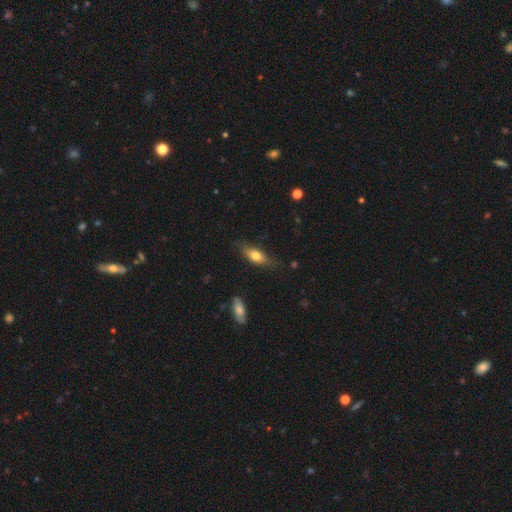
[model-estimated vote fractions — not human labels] A smooth galaxy with no disk features (66%) that is in between round and cigar-shaped (60%).

Vote fractions:
- Smooth or featured? smooth: 66% / featured or disk: 27% / star or artifact: 7%
- How rounded? in between: 60% / cigar-shaped: 37% / round: 3%
- Merging? none: 76% / minor disturbance: 19% / major disturbance: 4% / merger: 2%